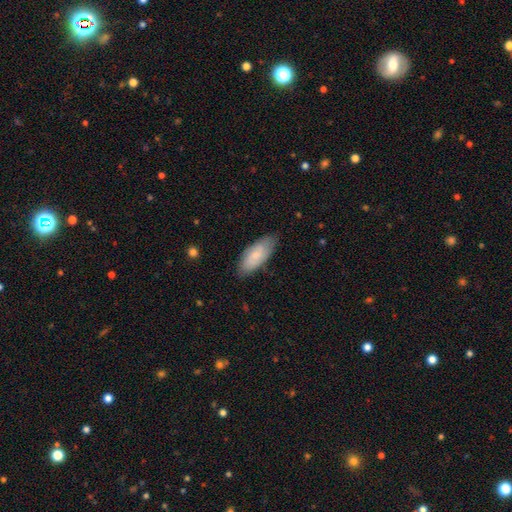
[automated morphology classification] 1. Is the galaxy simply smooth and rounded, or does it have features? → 71% smooth, 24% featured or disk, 6% star or artifact.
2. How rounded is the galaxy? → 82% in between, 16% cigar-shaped, 2% round.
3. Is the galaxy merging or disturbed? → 79% none, 17% minor disturbance, 3% major disturbance, 1% merger.